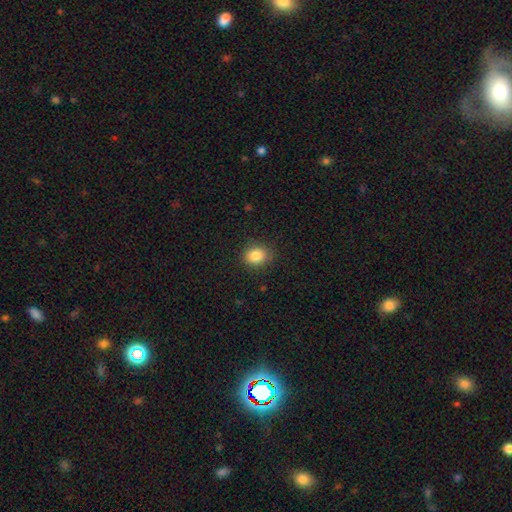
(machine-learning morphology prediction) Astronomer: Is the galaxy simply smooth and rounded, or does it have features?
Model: smooth — 85%.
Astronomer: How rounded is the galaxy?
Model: round — 60% (runner-up: in between, 39%).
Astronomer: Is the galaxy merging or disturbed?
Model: none — 86%.